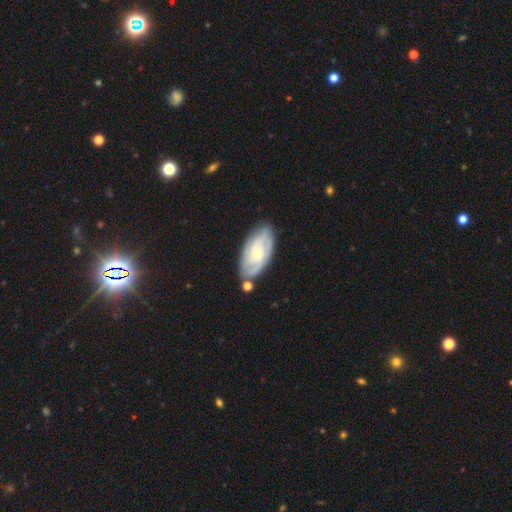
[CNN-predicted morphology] The model was most divided on "bulge size": small: 49%, moderate: 44%, none: 3%, large: 3%, dominant: 1%. More confident: edge-on disk — no (91%); spiral arms — yes (84%); merging — none (76%); smooth or featured — featured or disk (63%); bar — no (55%).